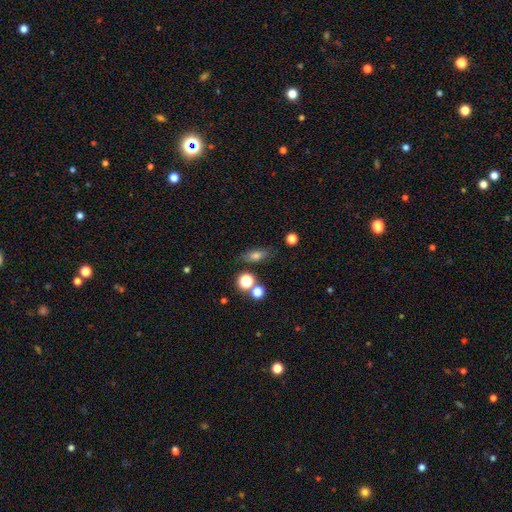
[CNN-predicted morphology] This appears to be a smooth galaxy with no disk features (72%) that is in between round and cigar-shaped (67%). Merging: none (74%).